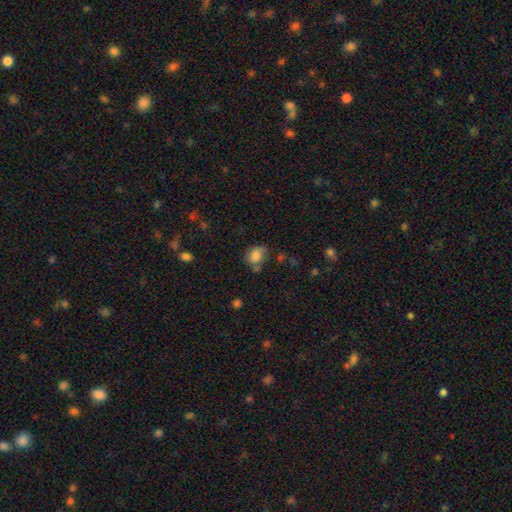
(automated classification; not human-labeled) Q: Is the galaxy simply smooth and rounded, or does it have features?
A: smooth — 78%.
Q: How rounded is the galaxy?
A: in between — 53%.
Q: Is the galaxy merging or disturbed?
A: none — 53%.